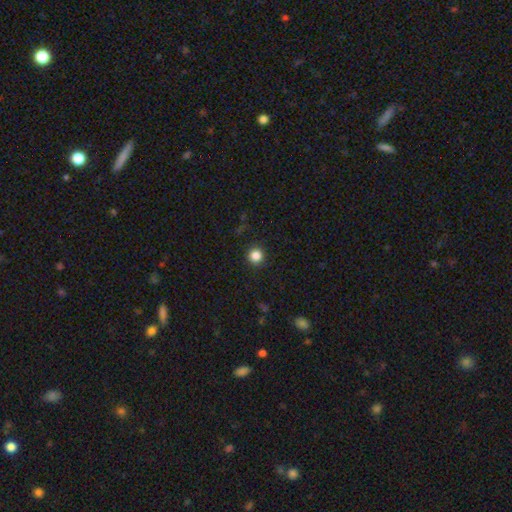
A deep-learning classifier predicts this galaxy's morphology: The model was most divided on "smooth or featured": smooth: 85%, star or artifact: 11%, featured or disk: 4%. More confident: how rounded — round (95%); merging — none (92%).